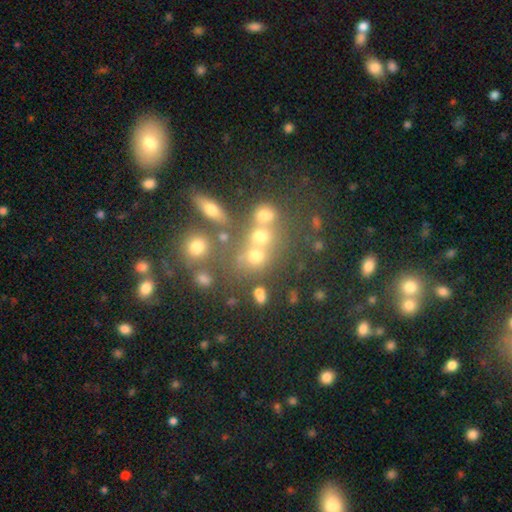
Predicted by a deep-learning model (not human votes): Q: Smooth or featured?
A: smooth (65%); runner-up: star or artifact (20%)
Q: How rounded?
A: round (73%); runner-up: in between (25%)
Q: Merging?
A: none (49%); runner-up: merger (35%)